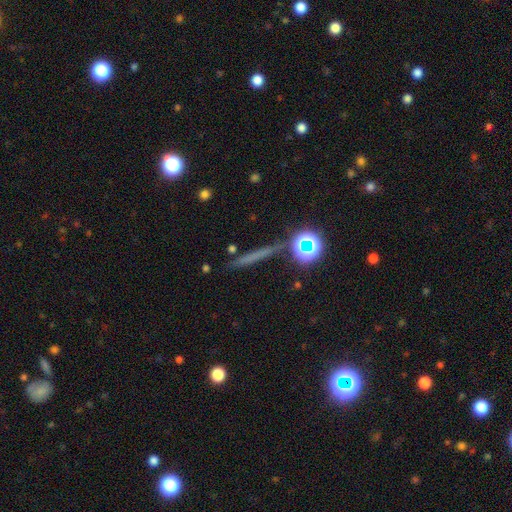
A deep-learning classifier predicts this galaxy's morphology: The model was most divided on "smooth or featured": smooth: 39%, featured or disk: 34%, star or artifact: 27%. More confident: merging — none (84%).